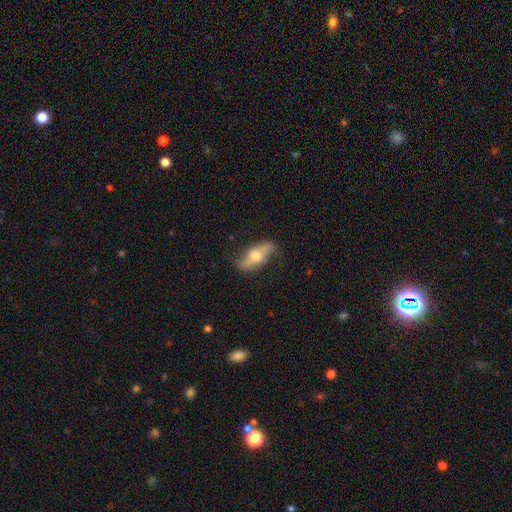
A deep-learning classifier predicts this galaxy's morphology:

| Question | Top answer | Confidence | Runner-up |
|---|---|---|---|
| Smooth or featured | featured or disk | 56% | smooth (38%) |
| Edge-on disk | no | 59% | yes (41%) |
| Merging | none | 71% | minor disturbance (20%) |